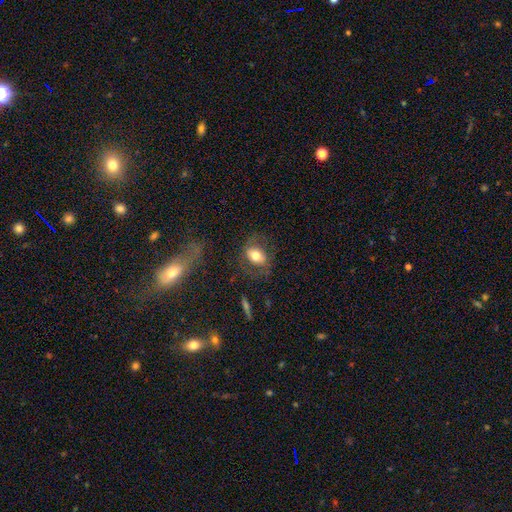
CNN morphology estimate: Q: Smooth or featured?
A: smooth (64%); runner-up: featured or disk (28%)
Q: How rounded?
A: in between (69%); runner-up: round (29%)
Q: Merging?
A: none (68%); runner-up: minor disturbance (18%)